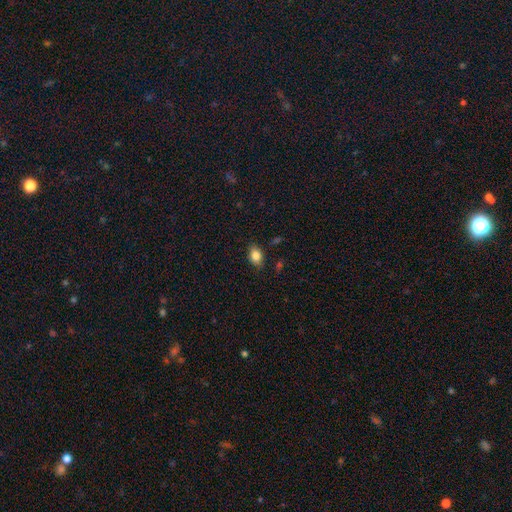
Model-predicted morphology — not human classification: Smooth or featured?
  - smooth: 84% *
  - star or artifact: 9%
  - featured or disk: 8%
How rounded?
  - in between: 82% *
  - round: 16%
  - cigar-shaped: 2%
Merging?
  - none: 84% *
  - minor disturbance: 12%
  - major disturbance: 2%
  - merger: 1%